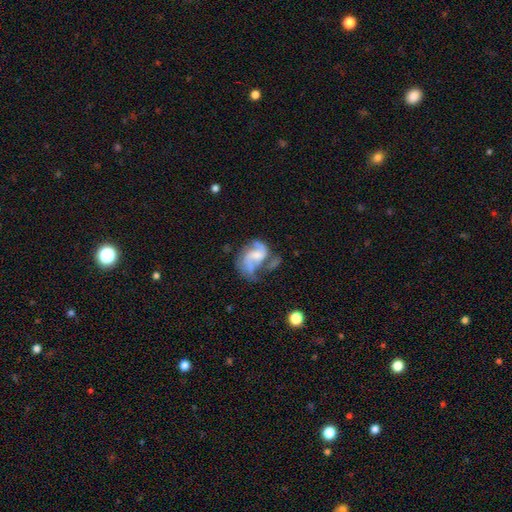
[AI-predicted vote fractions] Q: Smooth or featured?
A: featured or disk (77%); runner-up: smooth (16%)
Q: Edge-on disk?
A: no (98%); runner-up: yes (2%)
Q: Bar?
A: no (48%); runner-up: weak (41%)
Q: Spiral arms?
A: yes (88%); runner-up: no (12%)
Q: Spiral winding?
A: medium (47%); runner-up: loose (39%)
Q: Spiral arm count?
A: 2 (70%); runner-up: can't tell (9%)
Q: Bulge size?
A: small (38%); runner-up: moderate (29%)
Q: Merging?
A: major disturbance (33%); runner-up: none (32%)